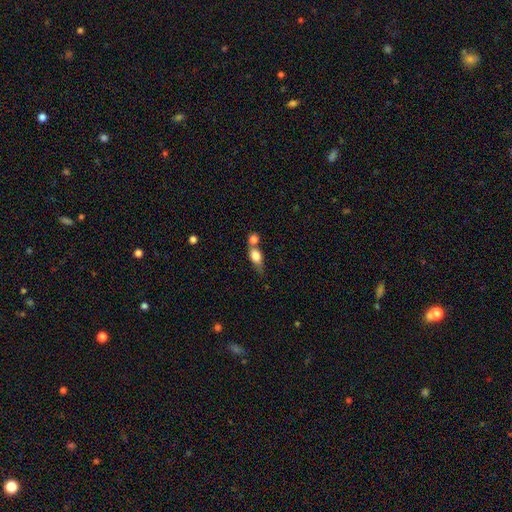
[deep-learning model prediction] A smooth galaxy with no disk features (75%) that is in between round and cigar-shaped (64%). Merging: merger (44%).